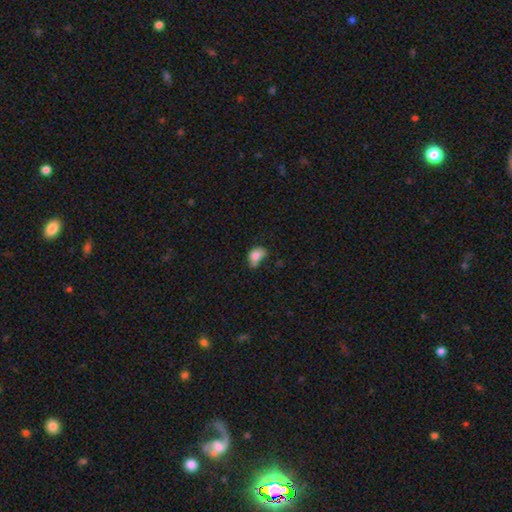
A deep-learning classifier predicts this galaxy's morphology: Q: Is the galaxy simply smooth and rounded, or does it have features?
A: smooth — 79%.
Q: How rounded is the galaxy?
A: in between — 75%.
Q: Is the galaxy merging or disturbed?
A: minor disturbance — 38%.